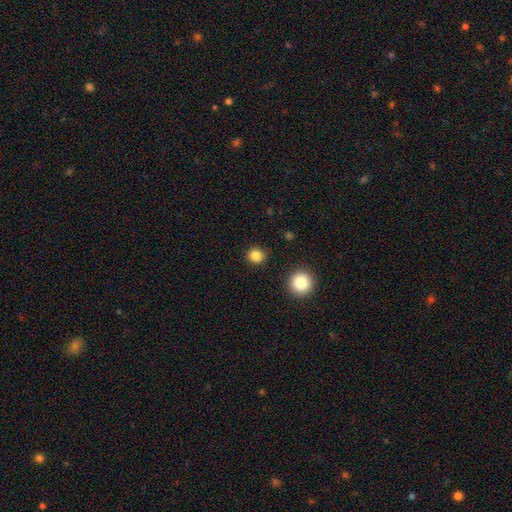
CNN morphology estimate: A smooth galaxy with no disk features (84%) that is round (89%).

Vote fractions:
- Smooth or featured? smooth: 84% / star or artifact: 12% / featured or disk: 4%
- How rounded? round: 89% / in between: 10% / cigar-shaped: 1%
- Merging? none: 89% / minor disturbance: 7% / major disturbance: 2% / merger: 2%